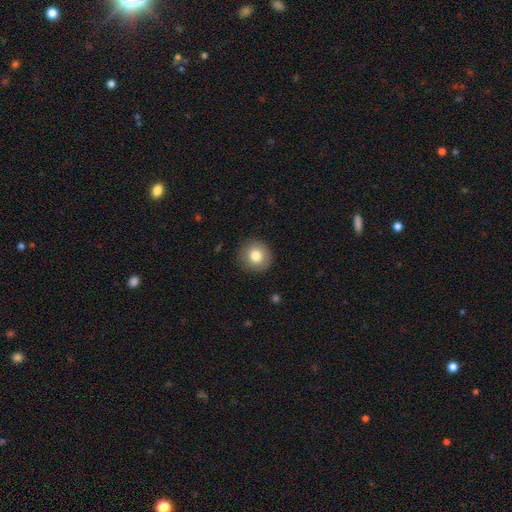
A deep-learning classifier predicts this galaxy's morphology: Q: Smooth or featured?
A: smooth (81%); runner-up: featured or disk (10%)
Q: How rounded?
A: round (91%); runner-up: in between (8%)
Q: Merging?
A: none (90%); runner-up: minor disturbance (7%)